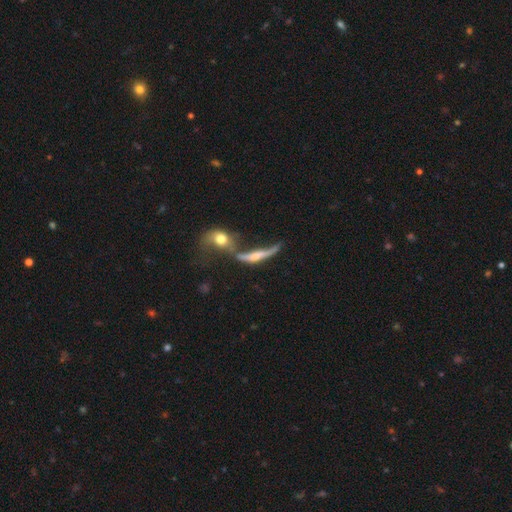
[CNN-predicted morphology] Smooth or featured? featured or disk (62%)
Edge-on disk? yes (65%)
Merging? merger (55%)